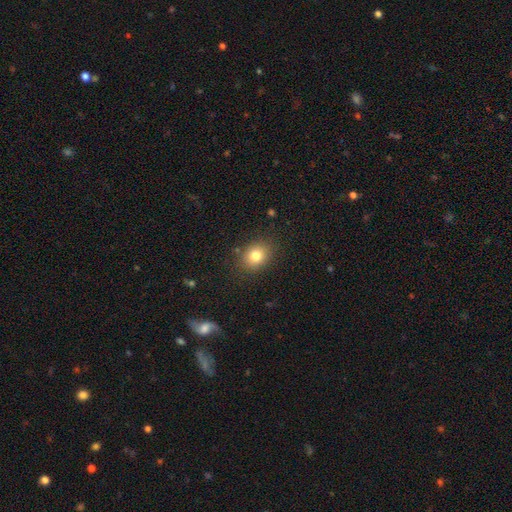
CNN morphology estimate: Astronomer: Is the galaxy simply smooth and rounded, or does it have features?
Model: smooth — 79%.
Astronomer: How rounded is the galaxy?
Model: round — 51% (runner-up: in between, 48%).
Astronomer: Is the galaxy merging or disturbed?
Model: none — 85%.